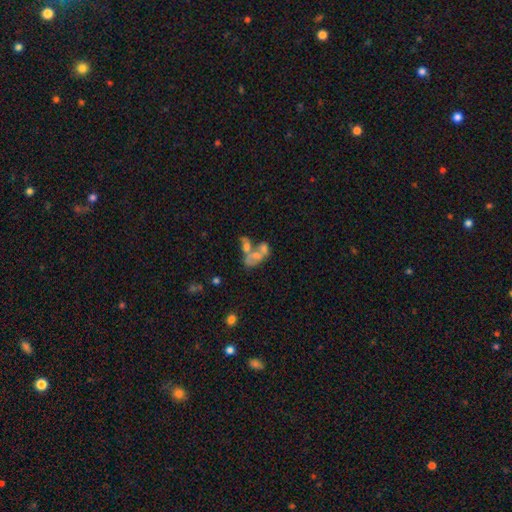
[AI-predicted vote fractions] Overall: featured or disk (45%; smooth 39%). Merging: merger (60%).